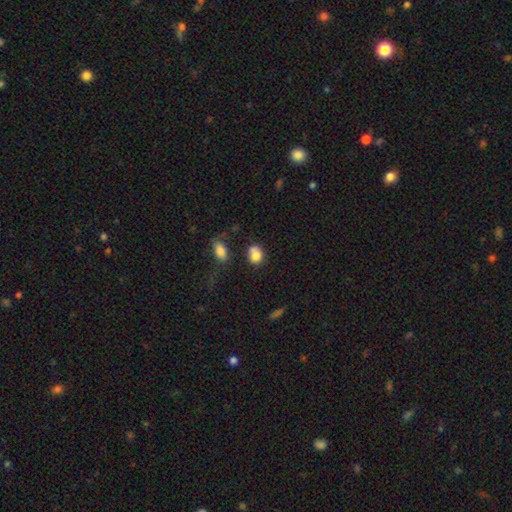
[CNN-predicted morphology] A smooth galaxy with no disk features (80%) that is round (55%). Merging: none (45%).